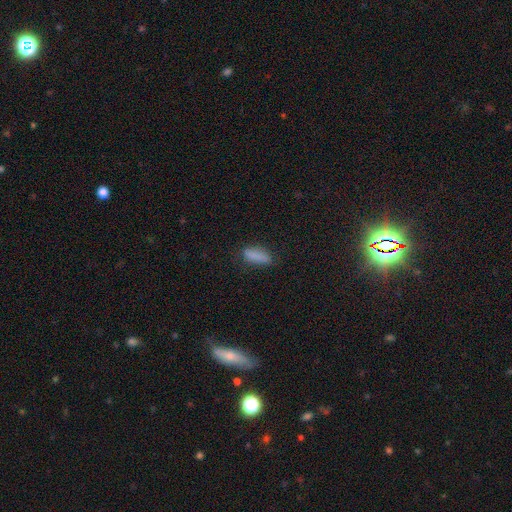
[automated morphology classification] smooth_or_featured: smooth (p=0.85) [alt: star or artifact p=0.08]
how_rounded: in between (p=0.61) [alt: cigar-shaped p=0.37]
merging: none (p=0.74) [alt: minor disturbance p=0.19]